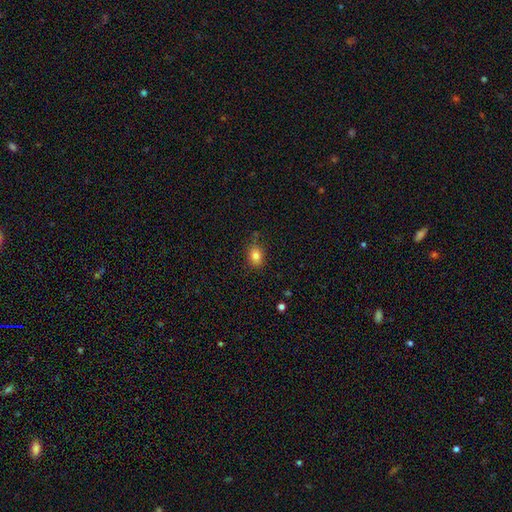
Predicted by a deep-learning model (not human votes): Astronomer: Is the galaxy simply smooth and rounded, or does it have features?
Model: smooth — 82%.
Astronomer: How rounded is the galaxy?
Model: in between — 57% (runner-up: round, 42%).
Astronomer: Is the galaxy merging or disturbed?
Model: none — 78%.